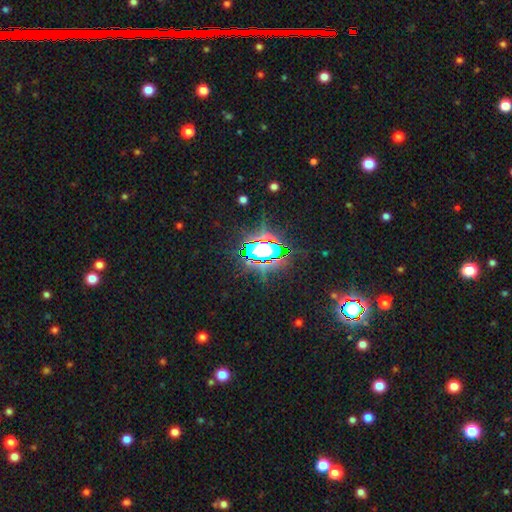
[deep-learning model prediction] Smooth or featured?
  - star or artifact: 71% *
  - smooth: 17%
  - featured or disk: 12%